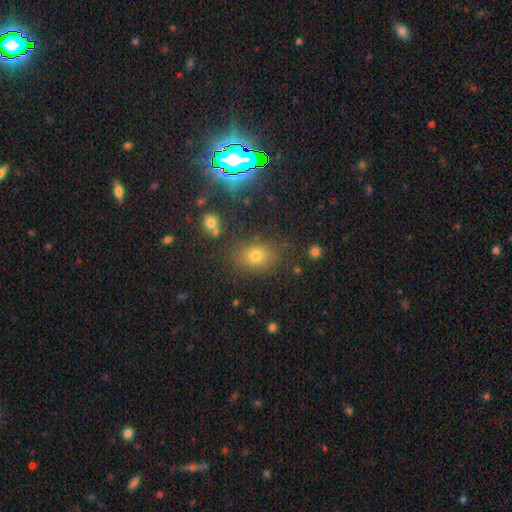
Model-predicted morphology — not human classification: type=smooth (65%); roundness=in between (61%); merging=none (81%).